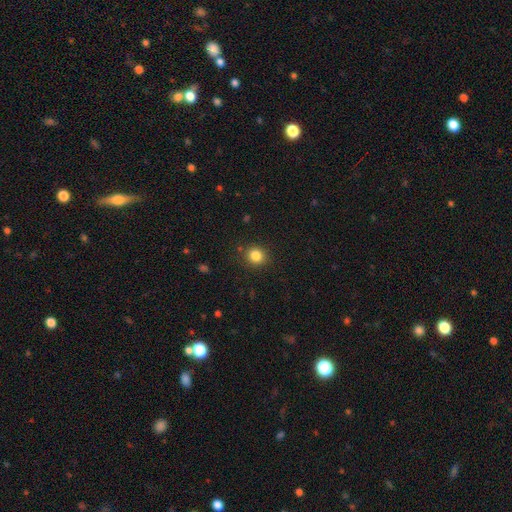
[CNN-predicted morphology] Smooth or featured: smooth — 84% (star or artifact — 12%)
How rounded: round — 85% (in between — 14%)
Merging: none — 88% (minor disturbance — 8%)